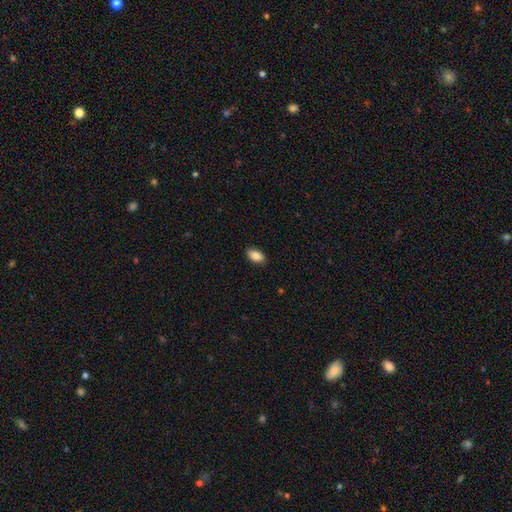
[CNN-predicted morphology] Smooth or featured: smooth — 85% (featured or disk — 8%)
How rounded: in between — 92% (round — 5%)
Merging: none — 88% (minor disturbance — 9%)